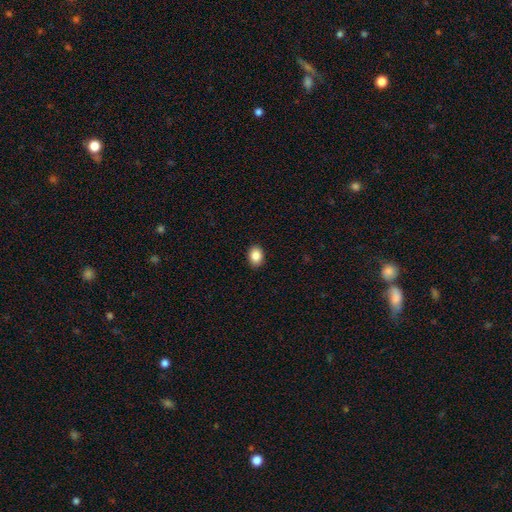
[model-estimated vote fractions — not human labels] This appears to be a smooth galaxy with no disk features (87%) that is in between round and cigar-shaped (67%). Merging: none (90%).